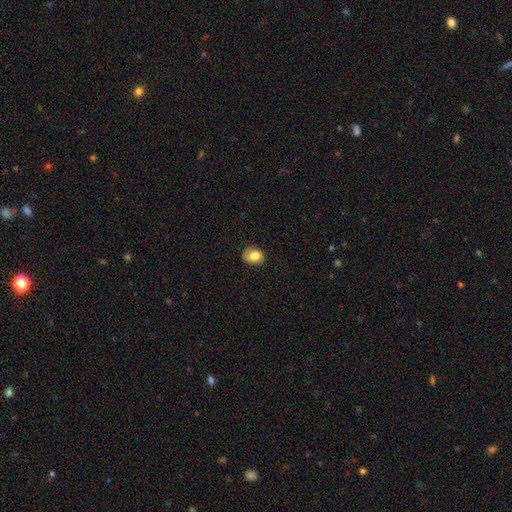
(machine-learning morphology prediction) Smooth or featured? smooth (77%)
How rounded? round (50%)
Merging? none (64%)